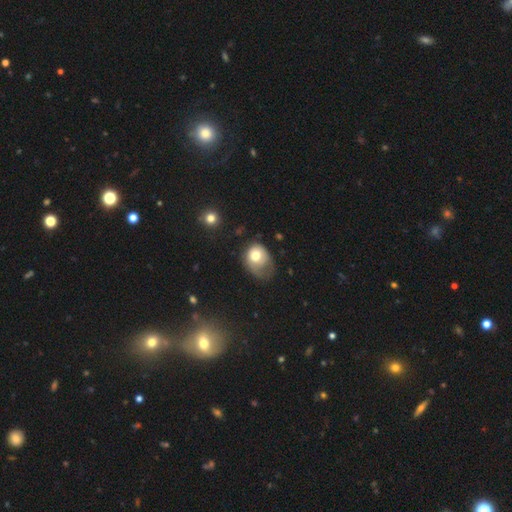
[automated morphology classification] The model was most divided on "how rounded": round: 50%, in between: 49%, cigar-shaped: 1%. Remaining: smooth or featured — smooth (70%); merging — major disturbance (39%).